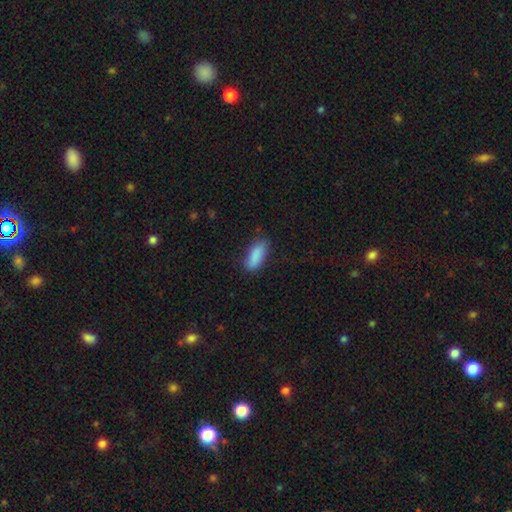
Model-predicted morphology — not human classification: smooth-or-featured: smooth: 88% | star or artifact: 7% | featured or disk: 6%
  how-rounded: in between: 77% | cigar-shaped: 21% | round: 2%
  merging: none: 74% | minor disturbance: 20% | major disturbance: 4% | merger: 2%